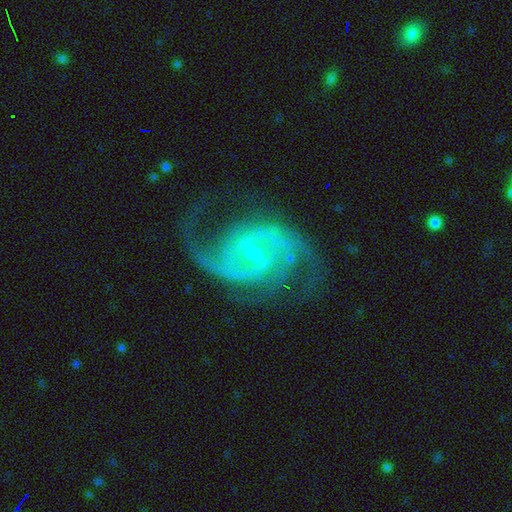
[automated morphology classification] This is clearly a featured or disk galaxy (93%). It is clearly not viewed edge-on (98%). Bar: possibly weak (49%). Spiral arm pattern: clearly yes (98%). Spiral arm count: clearly 2 (89%). Spiral winding: possibly medium (60%). Central bulge: likely small (67%). Merging: likely none (73%).